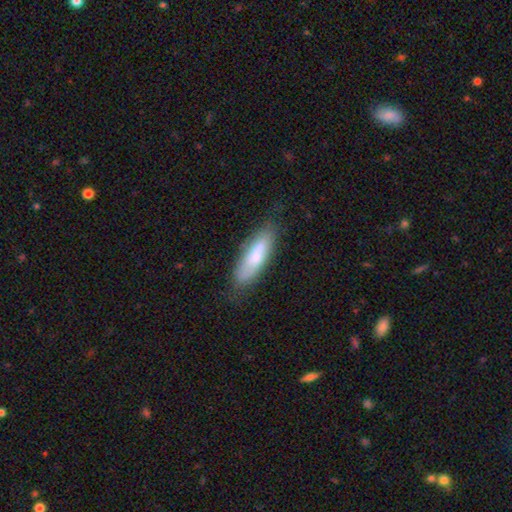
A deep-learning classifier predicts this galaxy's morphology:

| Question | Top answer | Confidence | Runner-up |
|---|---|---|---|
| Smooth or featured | smooth | 73% | featured or disk (21%) |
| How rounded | cigar-shaped | 53% | in between (46%) |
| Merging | none | 76% | minor disturbance (19%) |